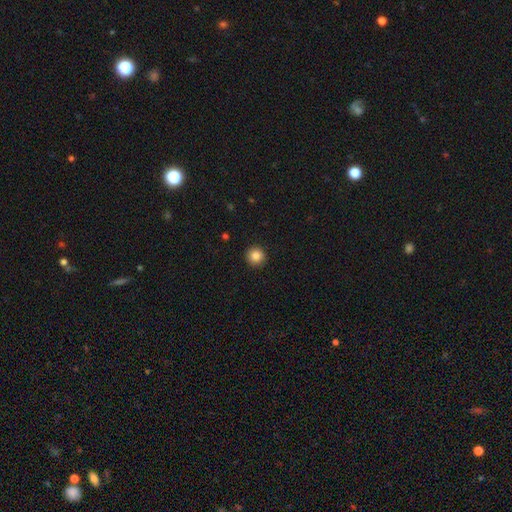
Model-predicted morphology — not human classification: smooth 86%, star or artifact 10%, featured or disk 4%. Down the decision tree: how rounded — round (95%); merging — none (93%).